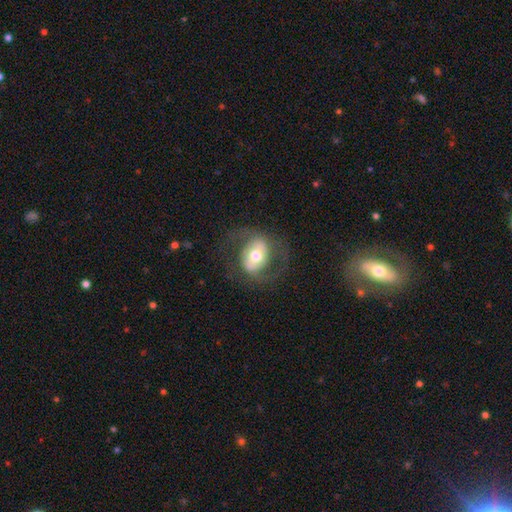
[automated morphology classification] Smooth or featured? featured or disk (55%)
Edge-on disk? no (94%)
Bar? no (40%)
Spiral arms? no (52%)
Bulge size? moderate (69%)
Merging? none (69%)